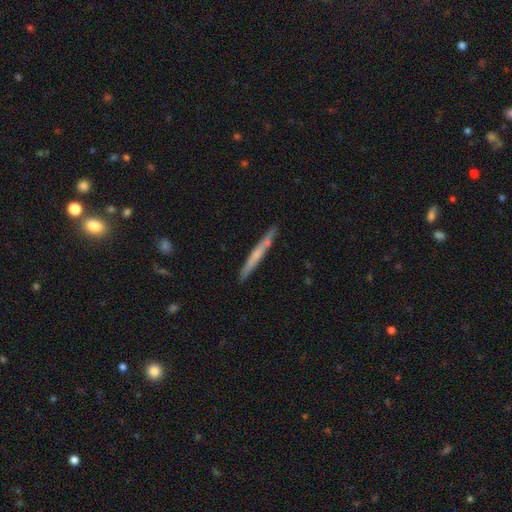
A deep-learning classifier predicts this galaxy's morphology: This is possibly a smooth galaxy (49%). Merging: clearly none (84%).